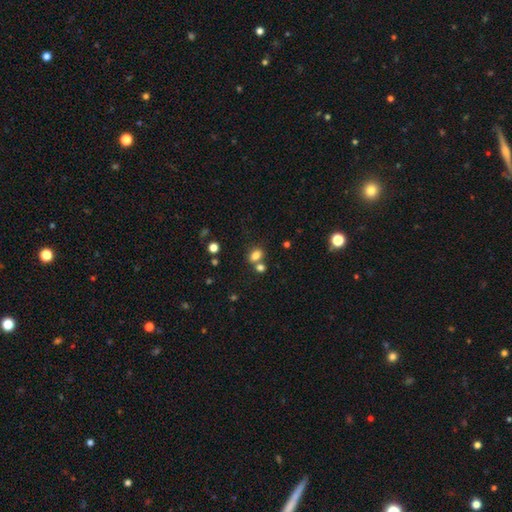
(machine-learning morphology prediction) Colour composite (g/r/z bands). It shows a smooth galaxy with no disk features (80%) that is in between round and cigar-shaped (69%). Merging: none (54%).